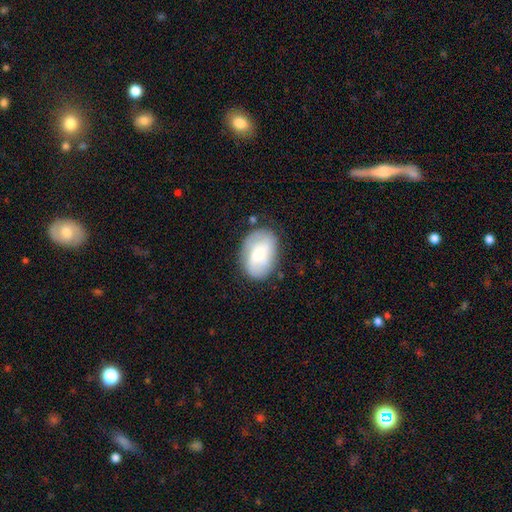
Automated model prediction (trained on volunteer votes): This is possibly a smooth galaxy (50%). Merging: likely none (70%).